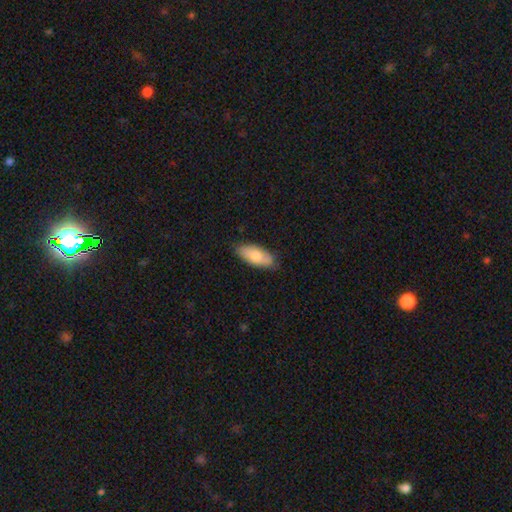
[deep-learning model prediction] Q: Smooth or featured?
A: smooth (77%); runner-up: featured or disk (18%)
Q: How rounded?
A: in between (83%); runner-up: cigar-shaped (15%)
Q: Merging?
A: none (83%); runner-up: minor disturbance (14%)